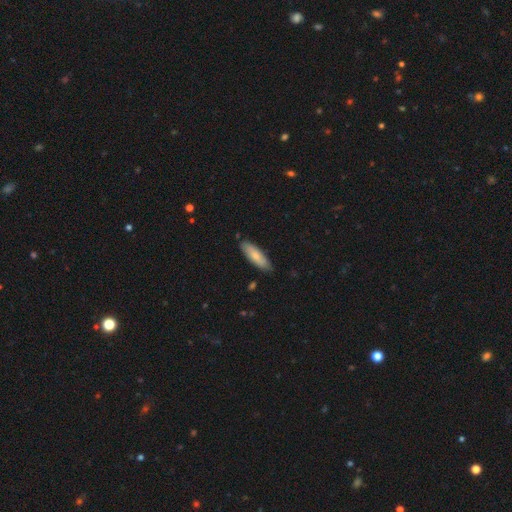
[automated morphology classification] smooth_or_featured: smooth (p=0.77) [alt: featured or disk p=0.17]
how_rounded: in between (p=0.55) [alt: cigar-shaped p=0.43]
merging: none (p=0.83) [alt: minor disturbance p=0.14]